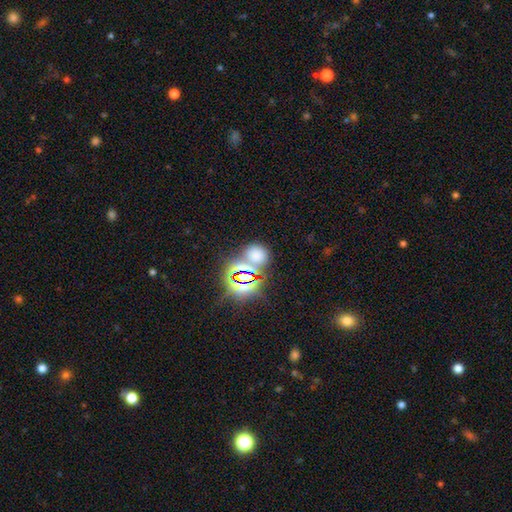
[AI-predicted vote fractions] smooth_or_featured: smooth (p=0.55) [alt: star or artifact p=0.38]
how_rounded: round (p=0.75) [alt: in between p=0.24]
merging: none (p=0.66) [alt: merger p=0.19]